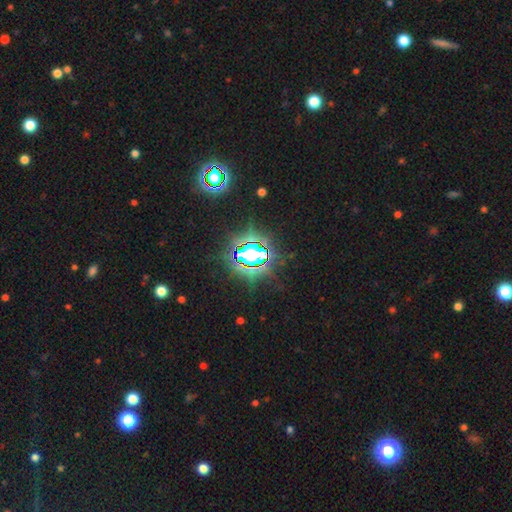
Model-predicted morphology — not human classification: This is likely a star or artifact rather than a galaxy (77%).